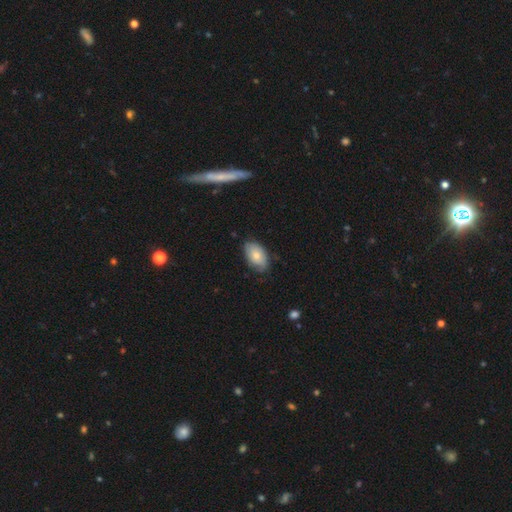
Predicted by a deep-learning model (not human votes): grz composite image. It shows a smooth galaxy with no disk features (70%) that is in between round and cigar-shaped (93%). Merging: none (70%).